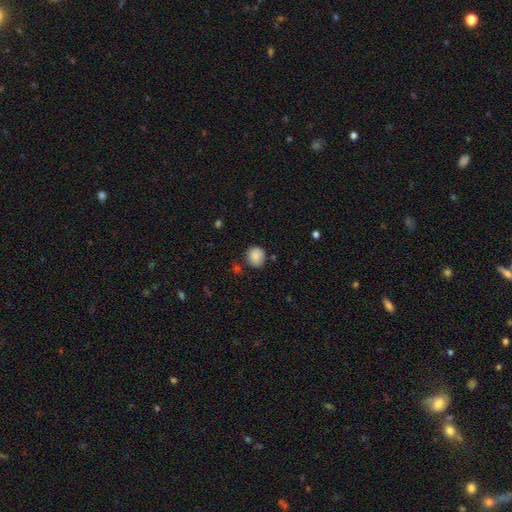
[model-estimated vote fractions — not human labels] Smooth or featured? smooth (87%)
How rounded? round (82%)
Merging? none (75%)